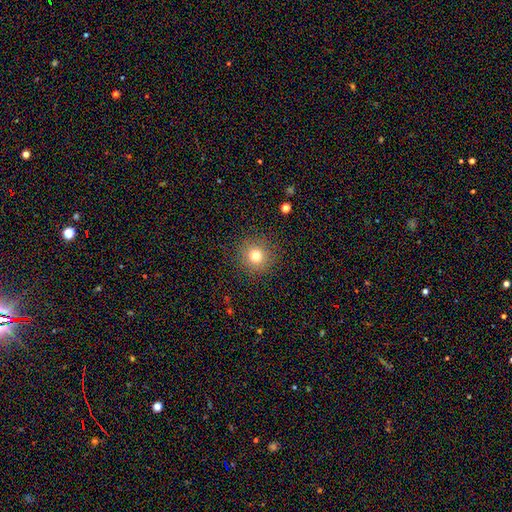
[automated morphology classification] Smooth or featured? smooth (75%)
How rounded? round (94%)
Merging? none (89%)